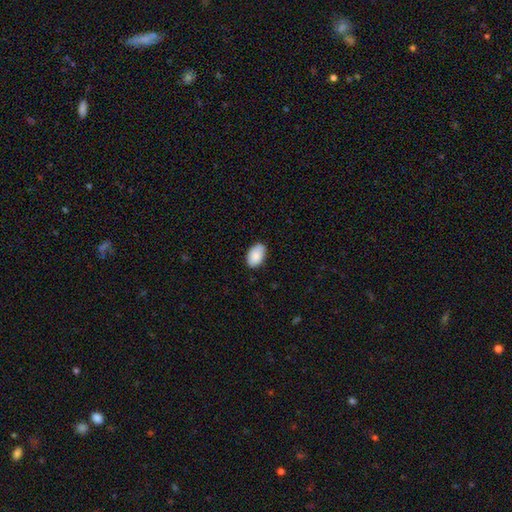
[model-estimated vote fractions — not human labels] A smooth galaxy with no disk features (87%) that is in between round and cigar-shaped (92%). Merging: none (83%).